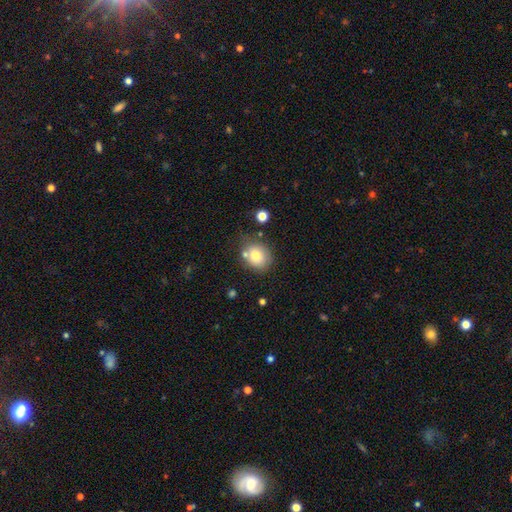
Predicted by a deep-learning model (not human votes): smooth-or-featured: smooth: 77% | featured or disk: 14% | star or artifact: 9%
  how-rounded: round: 69% | in between: 30% | cigar-shaped: 1%
  merging: none: 64% | minor disturbance: 18% | merger: 12% | major disturbance: 6%